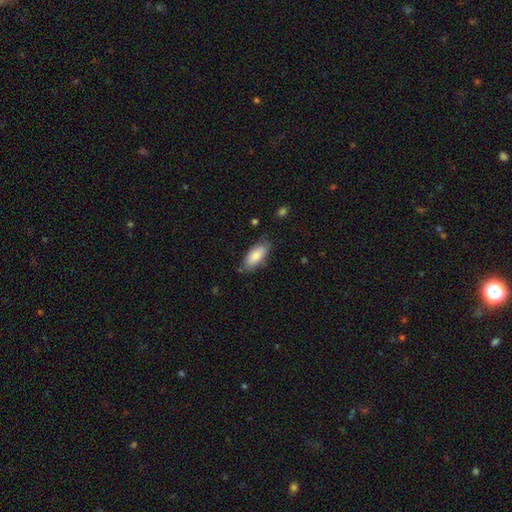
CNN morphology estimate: Smooth or featured?
  - smooth: 84% *
  - featured or disk: 10%
  - star or artifact: 6%
How rounded?
  - in between: 83% *
  - cigar-shaped: 15%
  - round: 2%
Merging?
  - none: 78% *
  - minor disturbance: 17%
  - major disturbance: 3%
  - merger: 2%